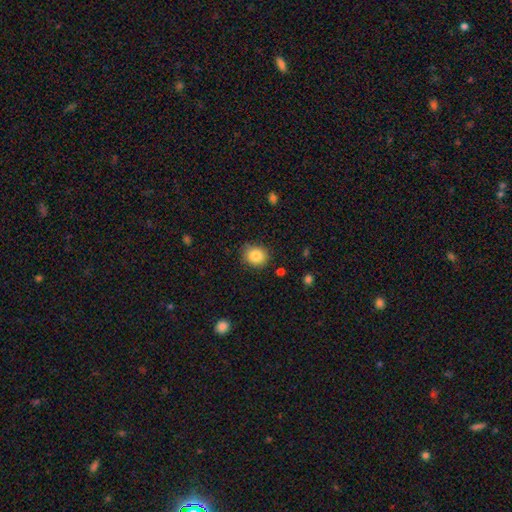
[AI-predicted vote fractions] Smooth or featured?
  - smooth: 85% *
  - star or artifact: 9%
  - featured or disk: 6%
How rounded?
  - round: 73% *
  - in between: 26%
  - cigar-shaped: 1%
Merging?
  - none: 83% *
  - minor disturbance: 13%
  - major disturbance: 3%
  - merger: 2%